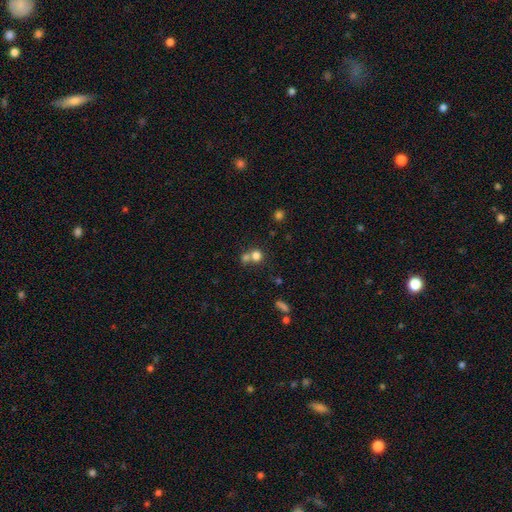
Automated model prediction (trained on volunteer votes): Q: Smooth or featured?
A: smooth (77%); runner-up: star or artifact (13%)
Q: How rounded?
A: round (84%); runner-up: in between (14%)
Q: Merging?
A: merger (49%); runner-up: none (42%)